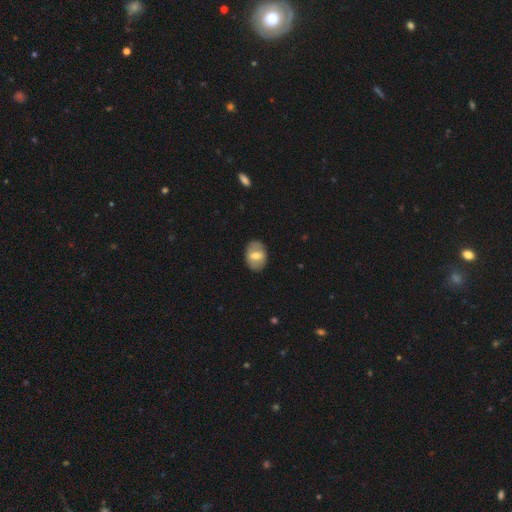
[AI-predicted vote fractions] A smooth galaxy with no disk features (54%) that is in between round and cigar-shaped (74%). Merging: none (83%).